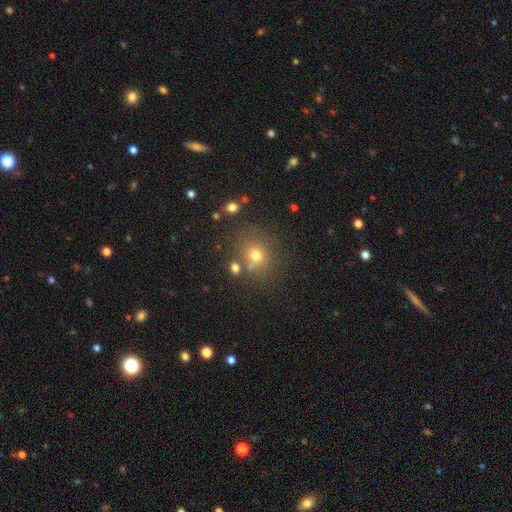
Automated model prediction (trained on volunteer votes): Smooth or featured?
  - smooth: 68% *
  - star or artifact: 20%
  - featured or disk: 12%
How rounded?
  - round: 78% *
  - in between: 21%
  - cigar-shaped: 1%
Merging?
  - none: 69% *
  - merger: 13%
  - minor disturbance: 12%
  - major disturbance: 5%